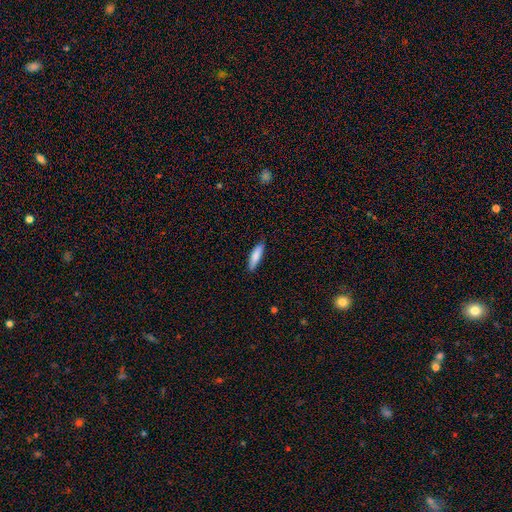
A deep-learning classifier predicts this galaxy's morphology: smooth_or_featured: smooth (p=0.83) [alt: featured or disk p=0.11]
how_rounded: cigar-shaped (p=0.67) [alt: in between p=0.32]
merging: none (p=0.83) [alt: minor disturbance p=0.14]